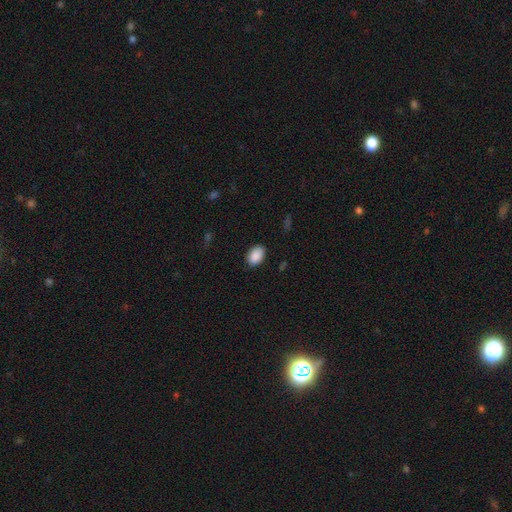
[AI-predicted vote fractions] Smooth or featured? Predicted: smooth (p=0.90). How rounded? Predicted: in between (p=0.88). Merging? Predicted: none (p=0.85).